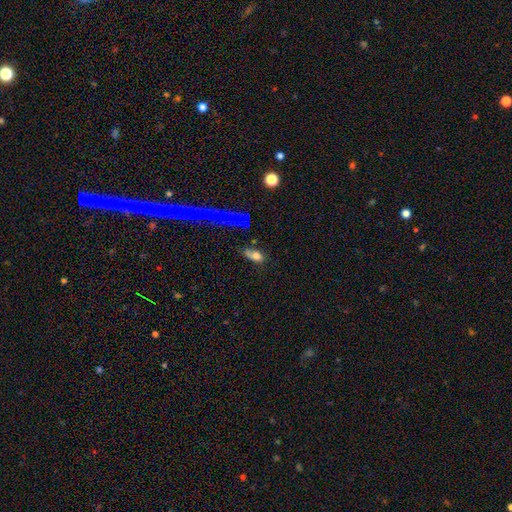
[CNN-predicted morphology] A smooth galaxy with no disk features (71%) that is in between round and cigar-shaped (81%). Merging: none (42%).